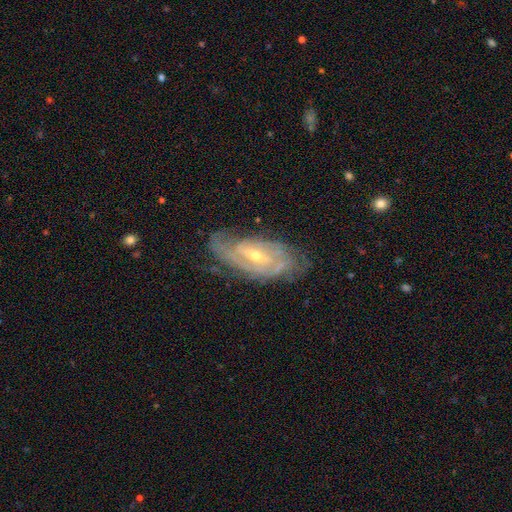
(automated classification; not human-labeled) The model was most divided on "spiral arm count": 2: 36%, can't tell: 35%, 3: 15%, 4: 6%, 1: 5%, more than 4: 4%. Remaining: spiral arms — yes (94%); edge-on disk — no (92%); smooth or featured — featured or disk (86%); merging — none (71%); spiral winding — tight (65%); bulge size — small (58%); bar — weak (45%).